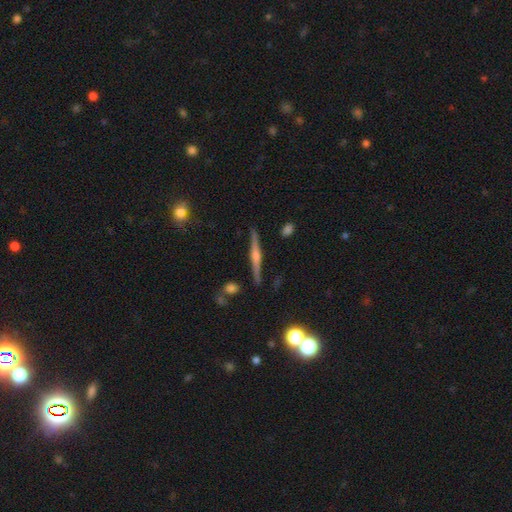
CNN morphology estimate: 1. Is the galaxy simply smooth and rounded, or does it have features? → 79% featured or disk, 14% smooth, 7% star or artifact.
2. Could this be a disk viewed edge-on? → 98% yes, 2% no.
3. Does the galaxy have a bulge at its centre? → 84% rounded, 10% boxy, 6% none.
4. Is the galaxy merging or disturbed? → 90% none, 7% minor disturbance, 2% merger, 2% major disturbance.